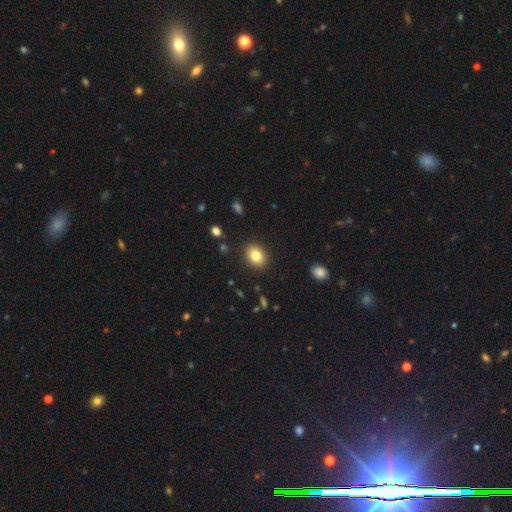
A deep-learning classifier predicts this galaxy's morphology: smooth 83%, star or artifact 10%, featured or disk 8%. Down the decision tree: how rounded — round (54%); merging — none (89%).